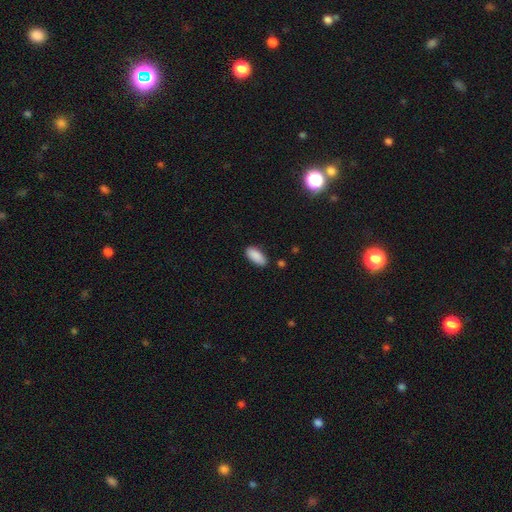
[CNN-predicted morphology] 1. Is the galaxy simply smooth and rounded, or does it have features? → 90% smooth, 7% star or artifact, 4% featured or disk.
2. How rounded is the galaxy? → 89% in between, 10% cigar-shaped, 2% round.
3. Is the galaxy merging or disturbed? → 83% none, 12% minor disturbance, 2% major disturbance, 2% merger.